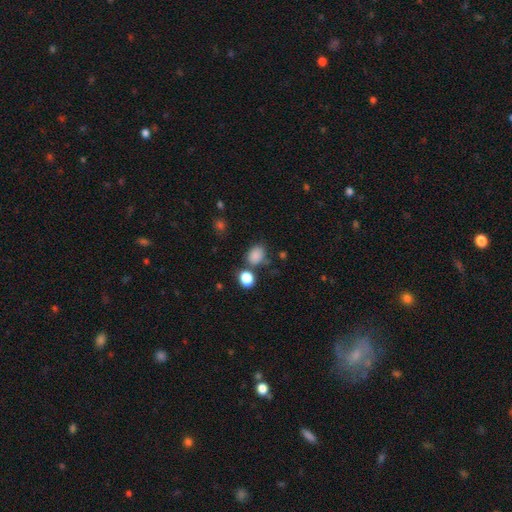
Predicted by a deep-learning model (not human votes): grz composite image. It shows a smooth galaxy with no disk features (84%) that is in between round and cigar-shaped (59%). Merging: none (66%).